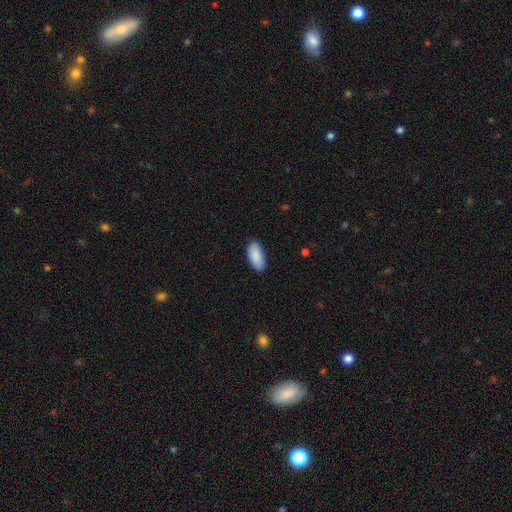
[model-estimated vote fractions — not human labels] Smooth or featured: smooth — 90% (star or artifact — 6%)
How rounded: in between — 90% (cigar-shaped — 8%)
Merging: none — 87% (minor disturbance — 10%)